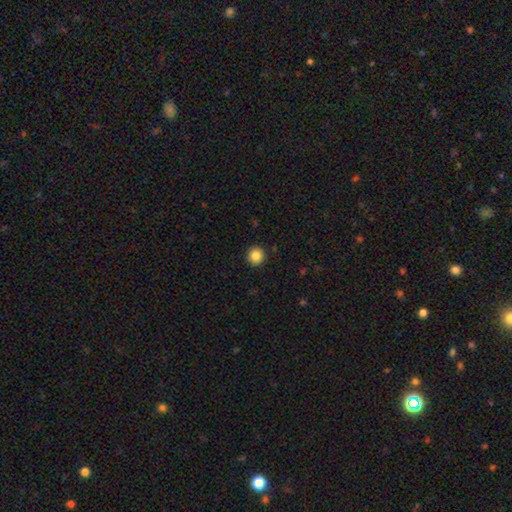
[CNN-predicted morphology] type=smooth (86%); roundness=round (94%); merging=none (92%).